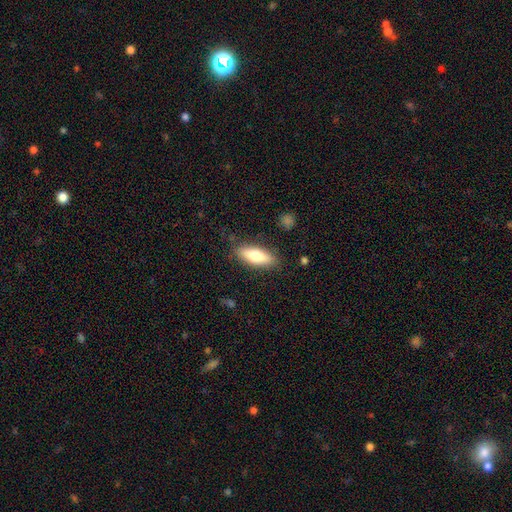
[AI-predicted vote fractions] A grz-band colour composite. It shows a smooth galaxy with no disk features (74%) that is in between round and cigar-shaped (58%). Merging: none (84%).